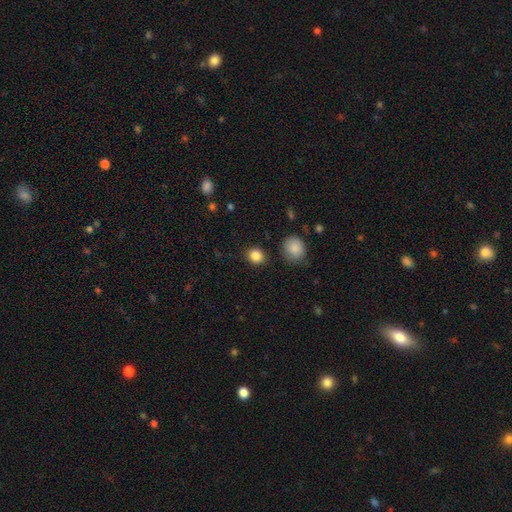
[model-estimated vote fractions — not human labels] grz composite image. It shows a smooth galaxy with no disk features (85%) that is round (80%). Merging: none (88%).